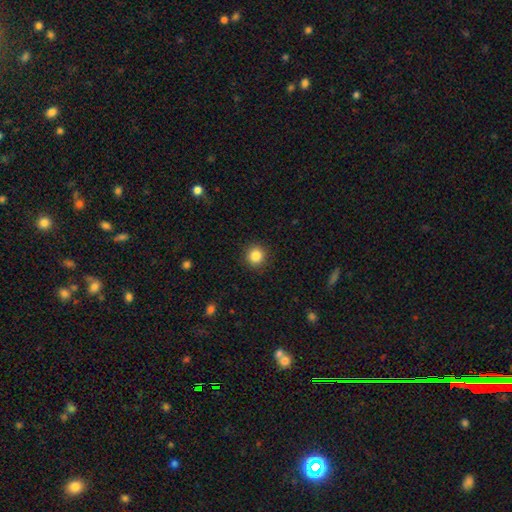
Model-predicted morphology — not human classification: type=smooth (86%); roundness=round (93%); merging=none (91%).